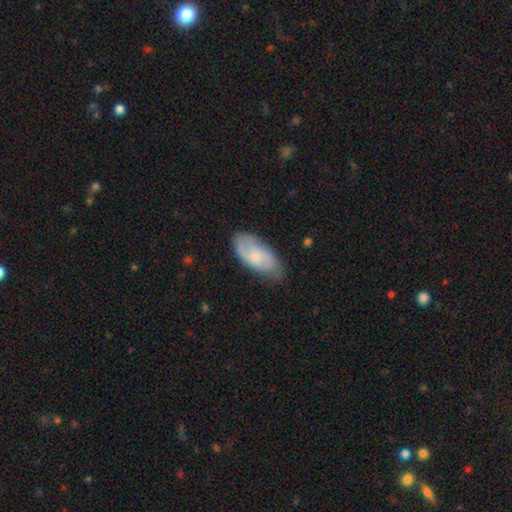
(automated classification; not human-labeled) featured or disk 54%, smooth 39%, star or artifact 6%. Down the decision tree: edge-on disk — no (93%); bar — no (68%); spiral arms — yes (86%); bulge size — small (69%); merging — none (69%).